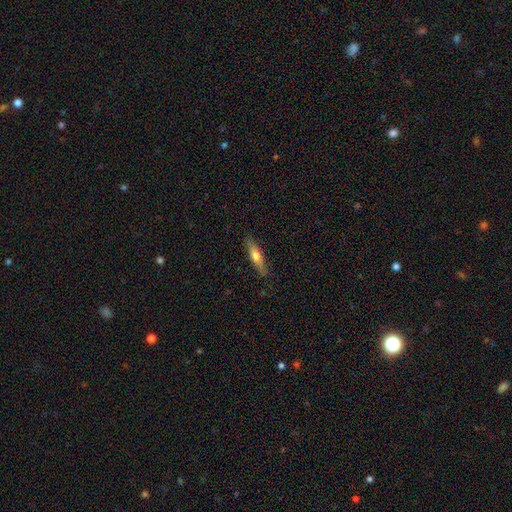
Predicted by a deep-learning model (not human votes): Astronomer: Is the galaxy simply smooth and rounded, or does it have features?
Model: smooth — 53% (runner-up: featured or disk, 41%).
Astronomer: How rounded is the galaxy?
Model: cigar-shaped — 77%.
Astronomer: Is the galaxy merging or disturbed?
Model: none — 86%.